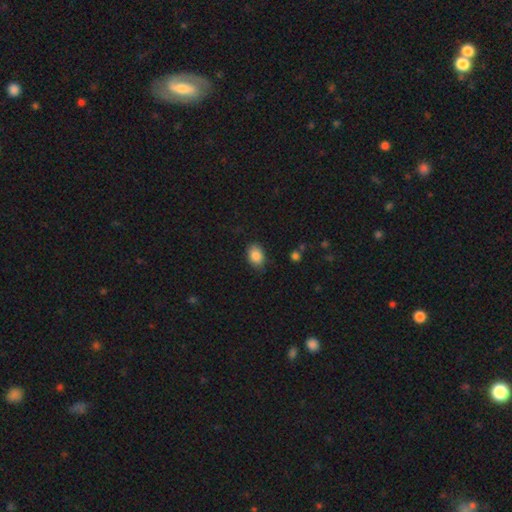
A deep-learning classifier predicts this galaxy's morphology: smooth_or_featured: smooth (p=0.86) [alt: star or artifact p=0.08]
how_rounded: in between (p=0.80) [alt: round p=0.19]
merging: none (p=0.81) [alt: minor disturbance p=0.15]